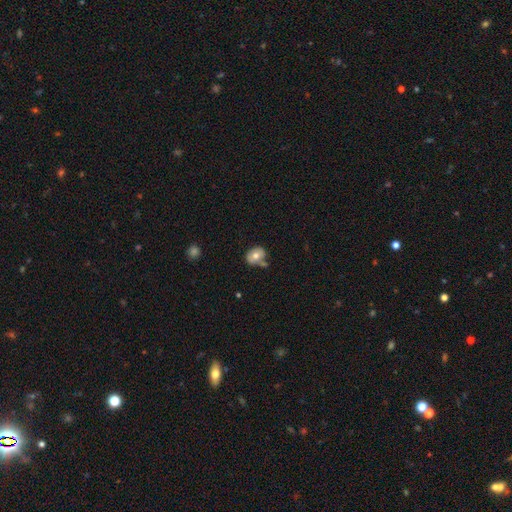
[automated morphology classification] This is likely a smooth galaxy (66%). How rounded: possibly round (50%). Merging: possibly none (52%).